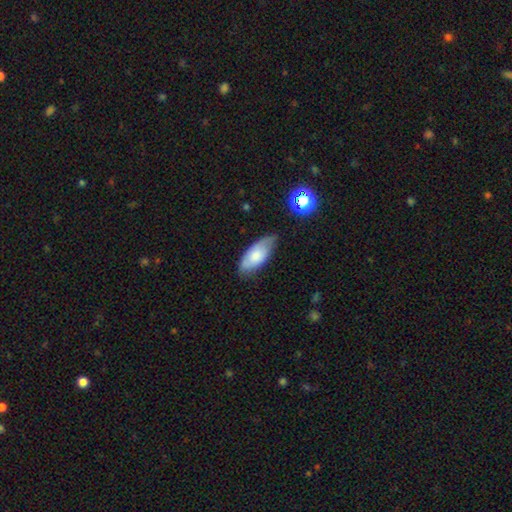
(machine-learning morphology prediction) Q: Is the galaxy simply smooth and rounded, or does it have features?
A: smooth — 71%.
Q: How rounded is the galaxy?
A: in between — 87%.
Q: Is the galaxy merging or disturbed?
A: none — 61%.